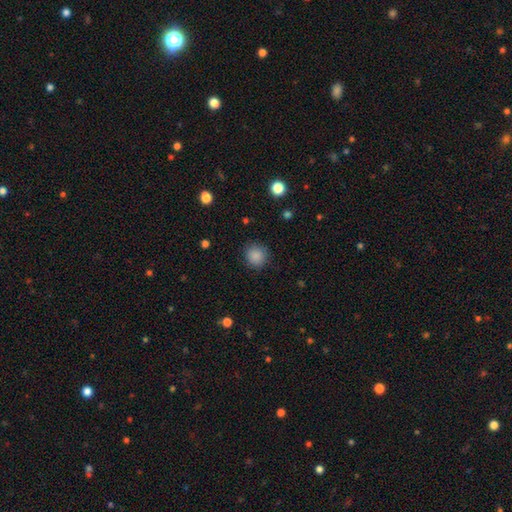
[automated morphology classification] smooth 87%, star or artifact 9%, featured or disk 4%. Down the decision tree: how rounded — round (92%); merging — none (88%).